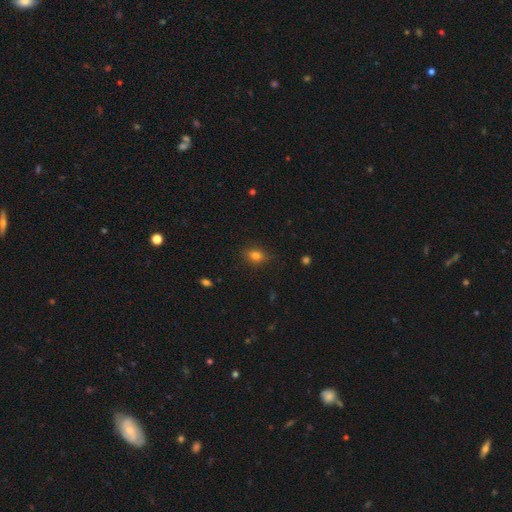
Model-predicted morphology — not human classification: Overall: smooth (79%). How rounded: in between (63%; round 34%). Merging: none (83%).